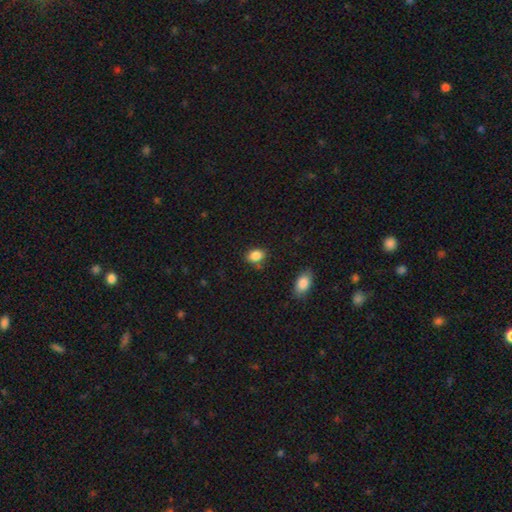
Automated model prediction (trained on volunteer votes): This appears to be a smooth galaxy with no disk features (86%) that is in between round and cigar-shaped (70%). Merging: none (75%).